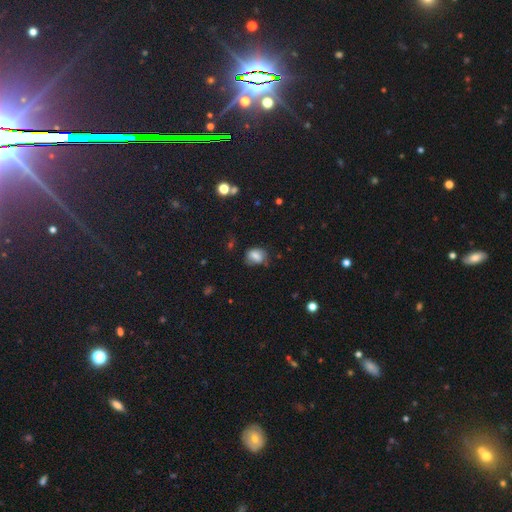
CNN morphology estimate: This is likely a smooth galaxy (70%). How rounded: possibly in between (59%). Merging: possibly none (51%).